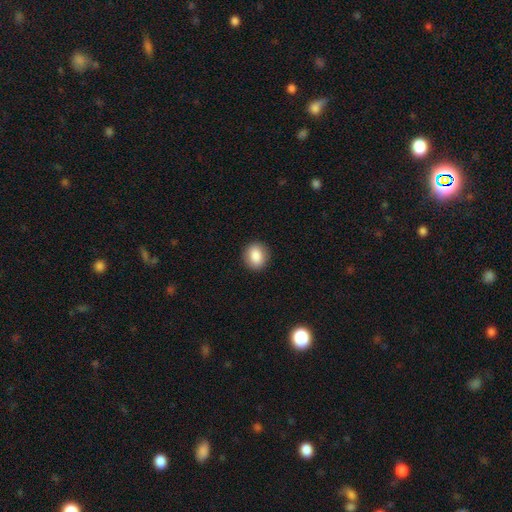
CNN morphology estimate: This is clearly a smooth galaxy (87%). How rounded: likely round (63%). Merging: clearly none (90%).